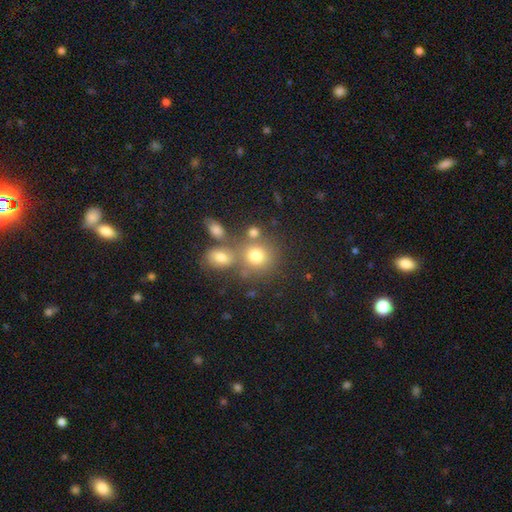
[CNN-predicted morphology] smooth 74%, star or artifact 14%, featured or disk 12%. Down the decision tree: how rounded — round (80%); merging — none (55%).